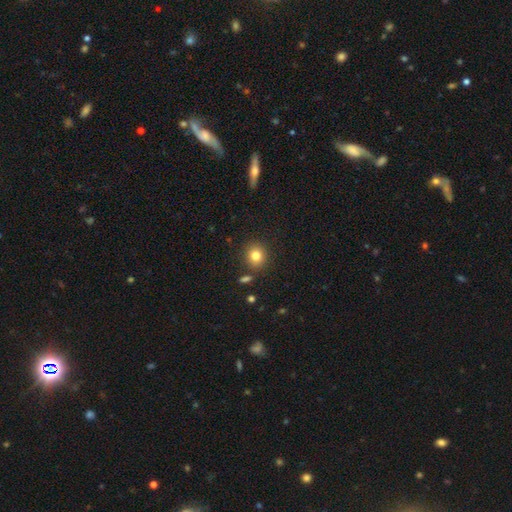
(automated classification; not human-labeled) smooth 81%, star or artifact 11%, featured or disk 7%. Down the decision tree: how rounded — round (76%); merging — none (83%).